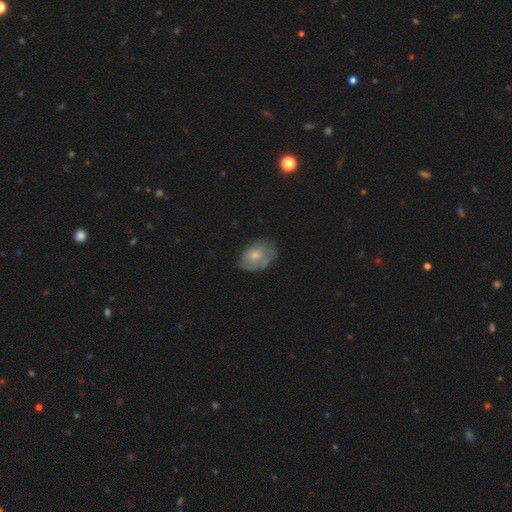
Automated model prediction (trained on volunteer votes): smooth 55%, featured or disk 38%, star or artifact 7%. Down the decision tree: how rounded — in between (82%); merging — none (53%).